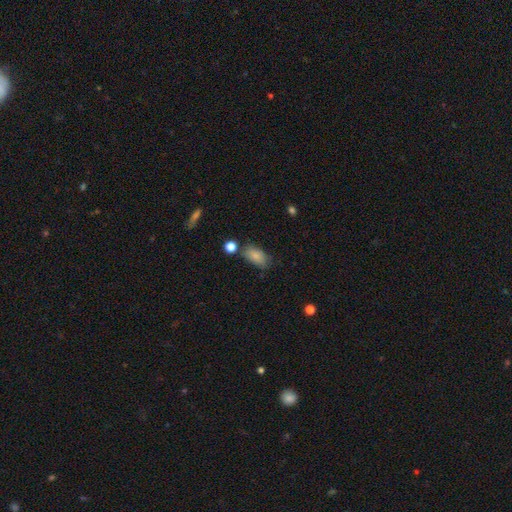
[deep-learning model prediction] A smooth galaxy with no disk features (84%) that is in between round and cigar-shaped (90%).

Vote fractions:
- Smooth or featured? smooth: 84% / star or artifact: 8% / featured or disk: 8%
- How rounded? in between: 90% / round: 6% / cigar-shaped: 4%
- Merging? none: 65% / minor disturbance: 22% / merger: 8% / major disturbance: 6%